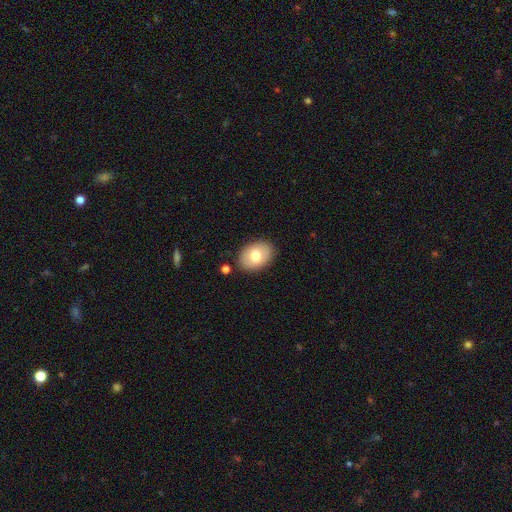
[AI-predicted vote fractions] smooth_or_featured: smooth (p=0.74) [alt: featured or disk p=0.19]
how_rounded: in between (p=0.80) [alt: round p=0.19]
merging: none (p=0.86) [alt: minor disturbance p=0.10]